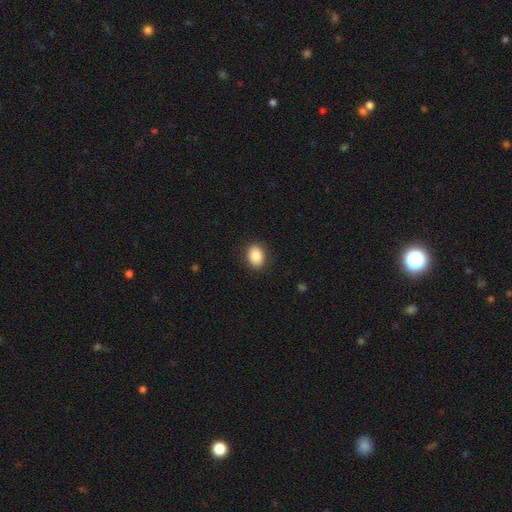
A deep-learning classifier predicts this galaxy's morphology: This is clearly a smooth galaxy (86%). How rounded: likely in between (71%). Merging: clearly none (88%).